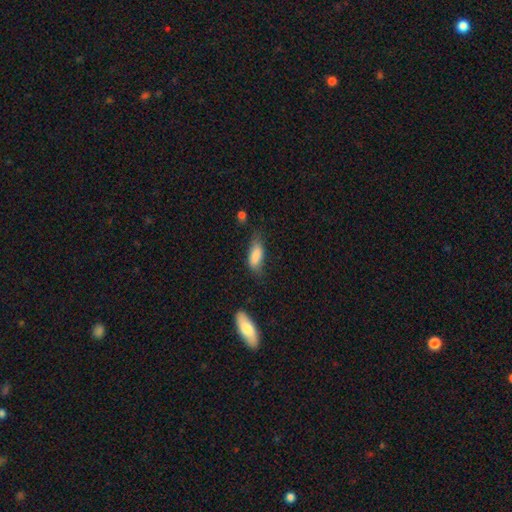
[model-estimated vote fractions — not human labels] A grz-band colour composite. It shows a smooth galaxy with no disk features (84%) that is in between round and cigar-shaped (77%). Merging: none (49%).